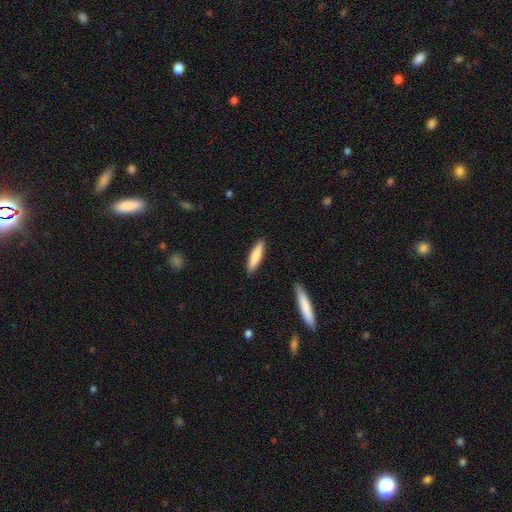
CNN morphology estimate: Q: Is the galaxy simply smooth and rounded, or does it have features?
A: smooth — 78%.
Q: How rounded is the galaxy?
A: cigar-shaped — 75%.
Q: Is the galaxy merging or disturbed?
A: none — 89%.